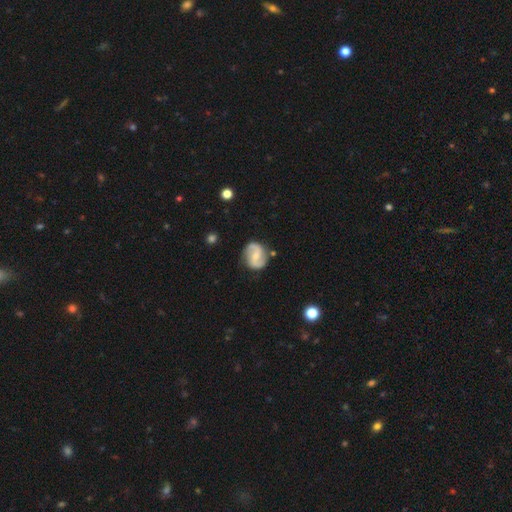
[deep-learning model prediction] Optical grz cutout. It shows a featured or disk galaxy (82%) with a weak bar (47%), 2 (92%) medium (46%) spiral arms (95%) and a small central bulge (48%). Merging: none (82%).